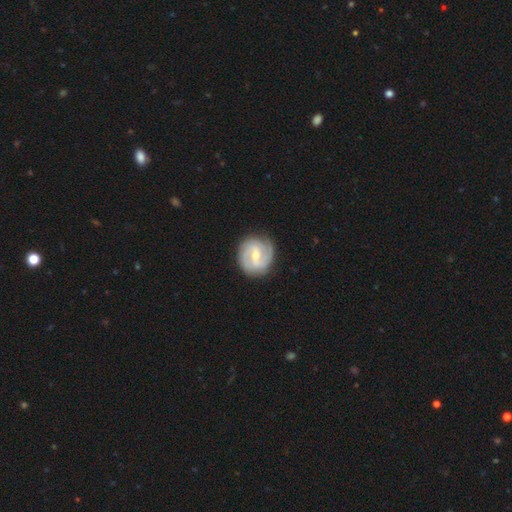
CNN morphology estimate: Overall: featured or disk (81%). Edge-on disk: no (98%). Bar: weak (57%; strong 23%). Spiral arms: yes (95%). Spiral arm count: 2 (69%). Spiral winding: medium (44%; tight 43%). Bulge size: moderate (50%; small 46%). Merging: none (85%).